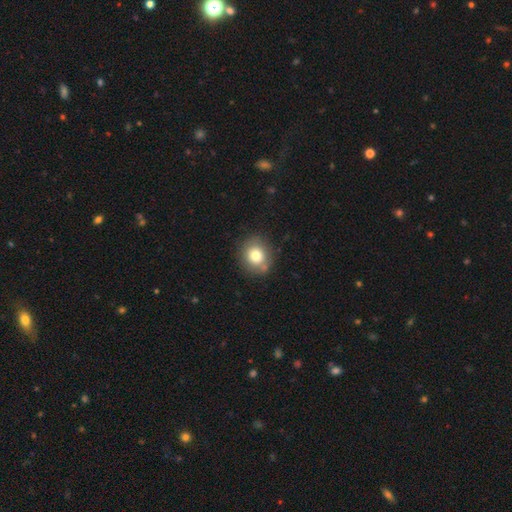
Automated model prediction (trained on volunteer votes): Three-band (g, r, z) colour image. It shows a smooth galaxy with no disk features (76%) that is round (78%). Merging: none (79%).